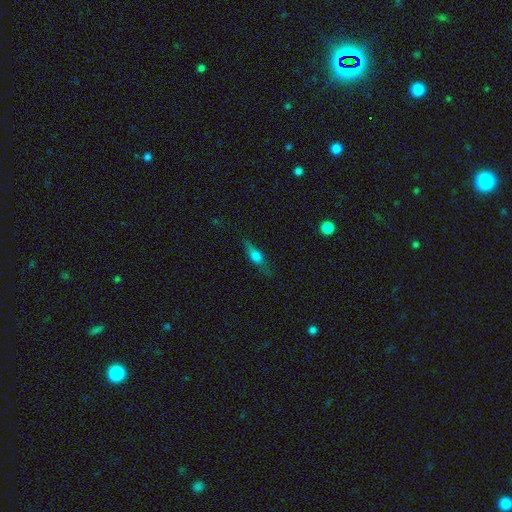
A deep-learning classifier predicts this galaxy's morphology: This appears to be a smooth galaxy with no disk features (49%). Merging: none (74%).